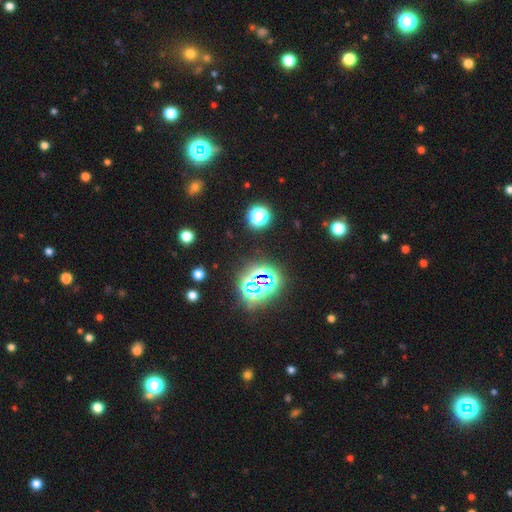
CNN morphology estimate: Smooth or featured? star or artifact (77%)